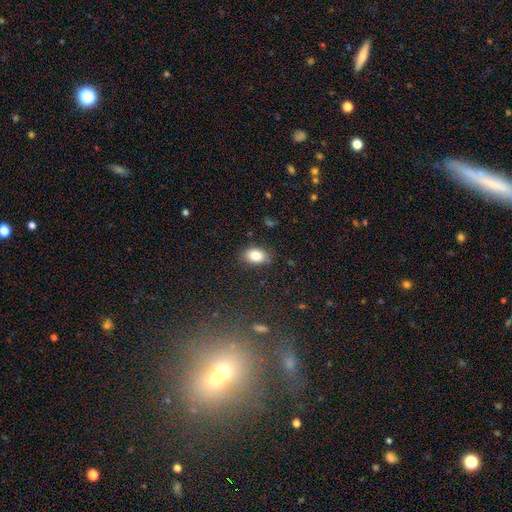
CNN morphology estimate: Smooth or featured?
  - smooth: 84% *
  - star or artifact: 8%
  - featured or disk: 7%
How rounded?
  - in between: 83% *
  - round: 16%
  - cigar-shaped: 1%
Merging?
  - none: 81% *
  - minor disturbance: 14%
  - major disturbance: 3%
  - merger: 2%